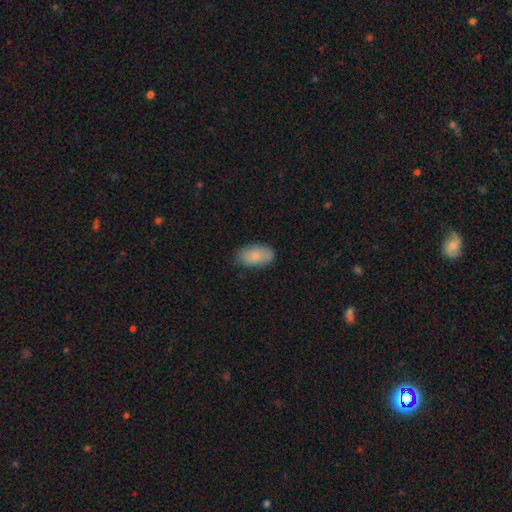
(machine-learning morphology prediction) smooth_or_featured: smooth (p=0.81) [alt: featured or disk p=0.12]
how_rounded: in between (p=0.93) [alt: round p=0.04]
merging: none (p=0.82) [alt: minor disturbance p=0.14]